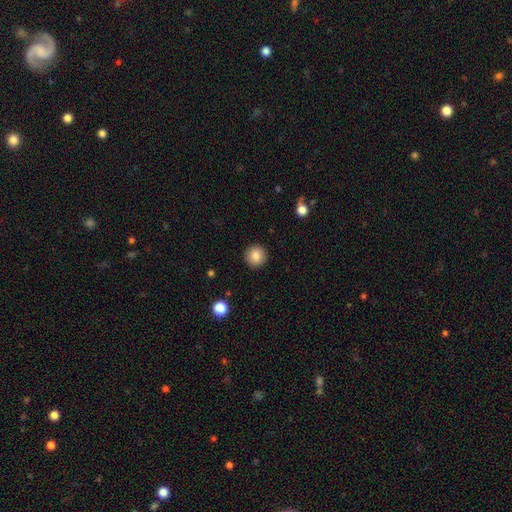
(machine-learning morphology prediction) Overall: smooth (86%). How rounded: round (95%). Merging: none (92%).